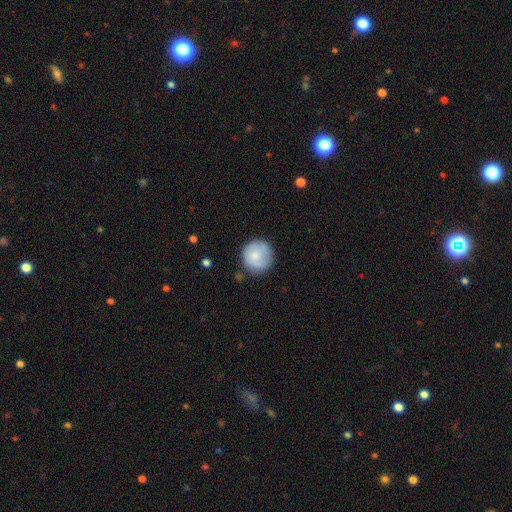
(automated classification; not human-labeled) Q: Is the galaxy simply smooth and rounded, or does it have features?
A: smooth — 77%.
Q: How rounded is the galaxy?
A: round — 94%.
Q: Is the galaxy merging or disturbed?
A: none — 78%.